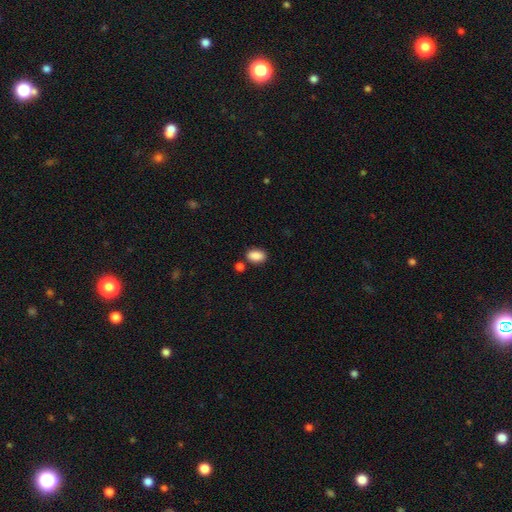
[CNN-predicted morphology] Smooth or featured?
  - smooth: 88% *
  - star or artifact: 8%
  - featured or disk: 4%
How rounded?
  - in between: 88% *
  - round: 10%
  - cigar-shaped: 2%
Merging?
  - none: 76% *
  - minor disturbance: 12%
  - merger: 9%
  - major disturbance: 3%